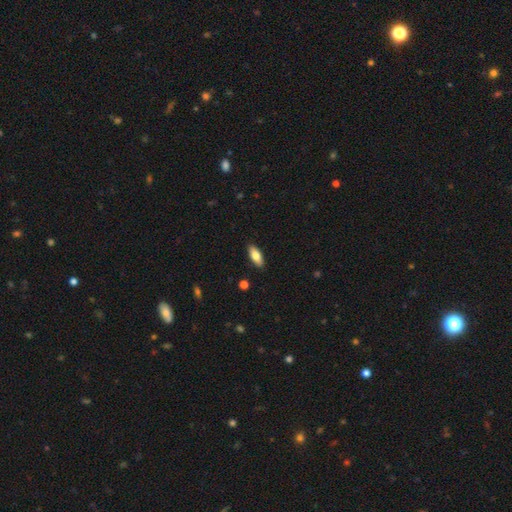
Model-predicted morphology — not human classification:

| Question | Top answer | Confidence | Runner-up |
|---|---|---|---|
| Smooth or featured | smooth | 79% | featured or disk (15%) |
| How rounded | in between | 79% | cigar-shaped (18%) |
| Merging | none | 89% | minor disturbance (8%) |